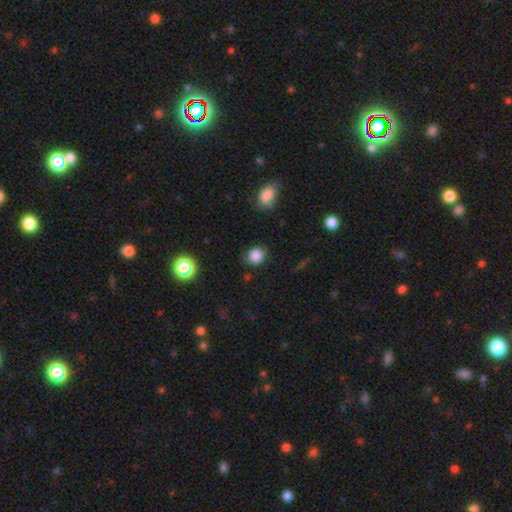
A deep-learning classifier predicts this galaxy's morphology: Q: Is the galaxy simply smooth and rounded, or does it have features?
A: smooth — 84%.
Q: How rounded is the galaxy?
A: round — 74%.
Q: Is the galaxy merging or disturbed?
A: none — 71%.